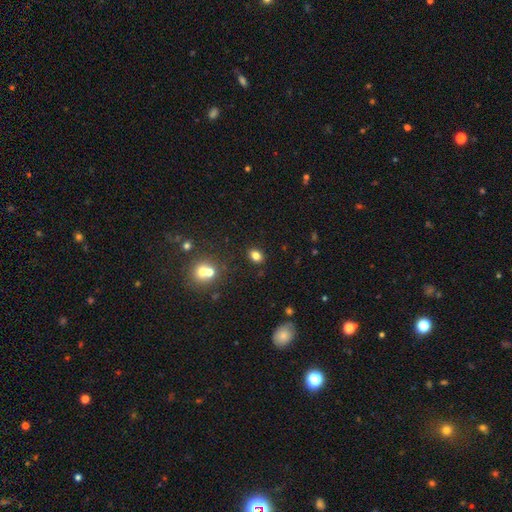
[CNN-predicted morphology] smooth_or_featured: smooth (p=0.79) [alt: star or artifact p=0.14]
how_rounded: in between (p=0.56) [alt: round p=0.43]
merging: none (p=0.84) [alt: minor disturbance p=0.09]